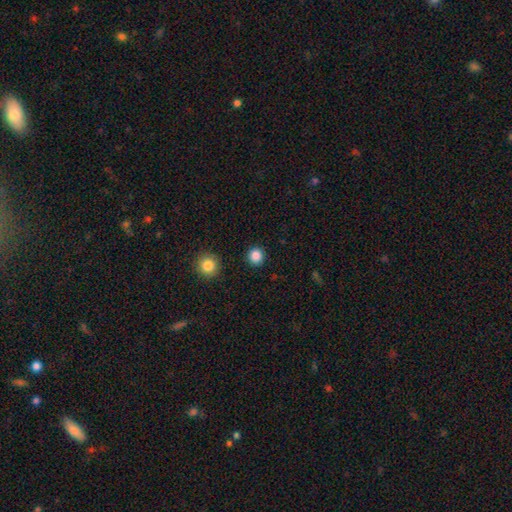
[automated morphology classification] Q: Smooth or featured?
A: smooth (86%); runner-up: star or artifact (11%)
Q: How rounded?
A: round (93%); runner-up: in between (6%)
Q: Merging?
A: none (92%); runner-up: minor disturbance (5%)